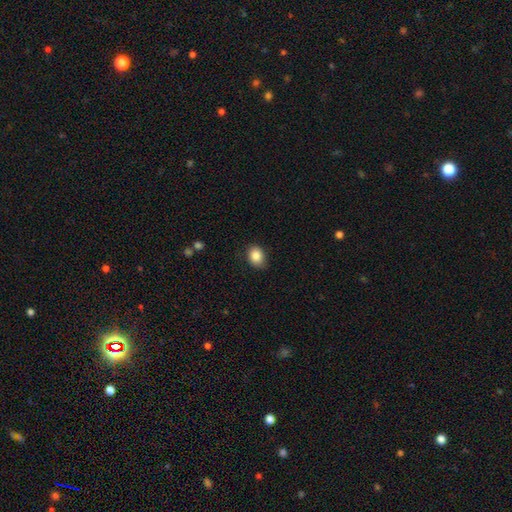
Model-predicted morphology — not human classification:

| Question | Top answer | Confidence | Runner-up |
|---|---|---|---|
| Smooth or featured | smooth | 86% | star or artifact (9%) |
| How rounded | in between | 57% | round (42%) |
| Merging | none | 83% | minor disturbance (14%) |